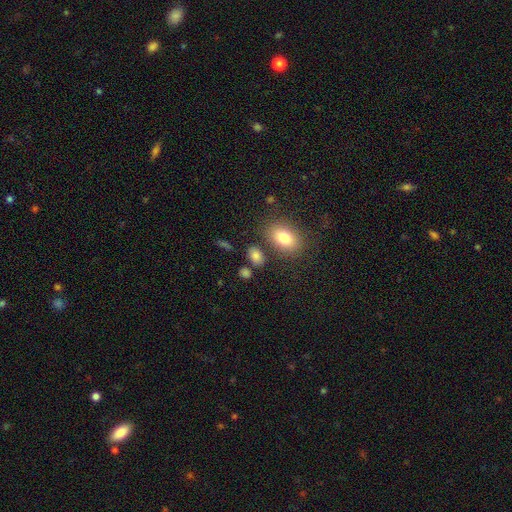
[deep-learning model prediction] A smooth galaxy with no disk features (82%) that is in between round and cigar-shaped (80%).

Vote fractions:
- Smooth or featured? smooth: 82% / star or artifact: 11% / featured or disk: 7%
- How rounded? in between: 80% / round: 18% / cigar-shaped: 2%
- Merging? none: 75% / minor disturbance: 12% / merger: 9% / major disturbance: 4%